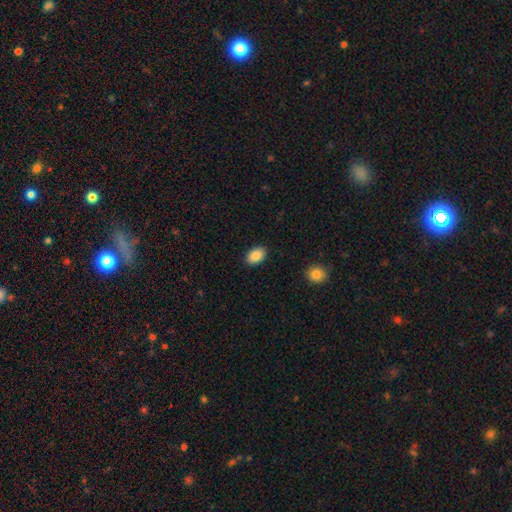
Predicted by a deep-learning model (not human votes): Morphology: type=smooth (88%); roundness=in between (86%); merging=none (89%).